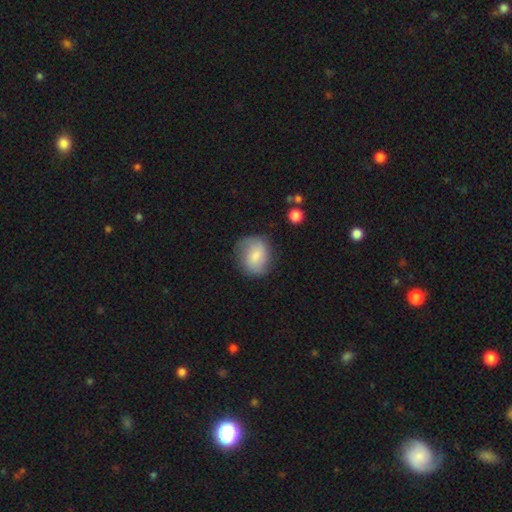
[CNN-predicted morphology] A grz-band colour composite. It shows a smooth galaxy with no disk features (70%) that is round (64%). Merging: none (71%).